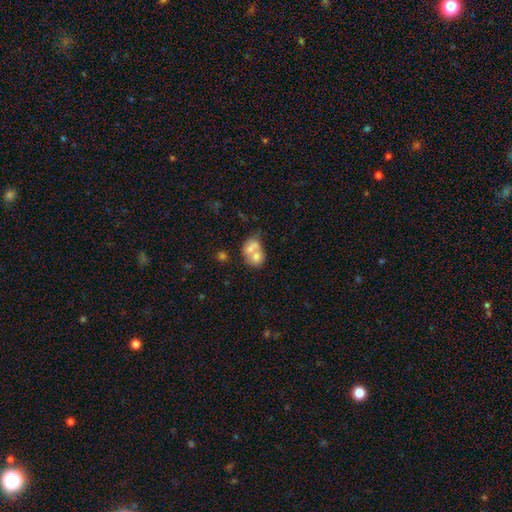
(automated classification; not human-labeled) smooth 60%, featured or disk 30%, star or artifact 10%. Down the decision tree: how rounded — round (50%); merging — merger (69%).